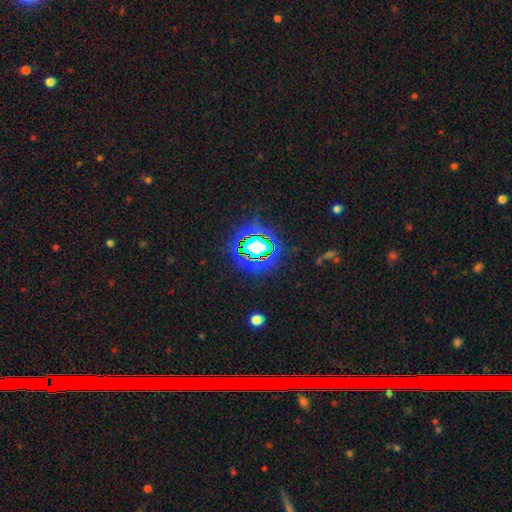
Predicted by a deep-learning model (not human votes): A star or artifact, not a galaxy (83%).